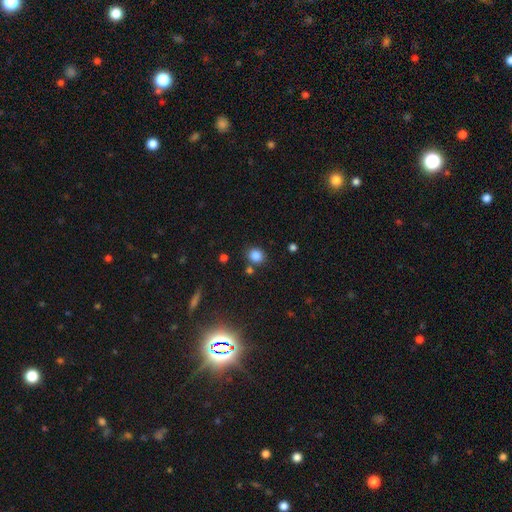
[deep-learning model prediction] Morphology: type=smooth (84%); roundness=round (71%); merging=none (77%).